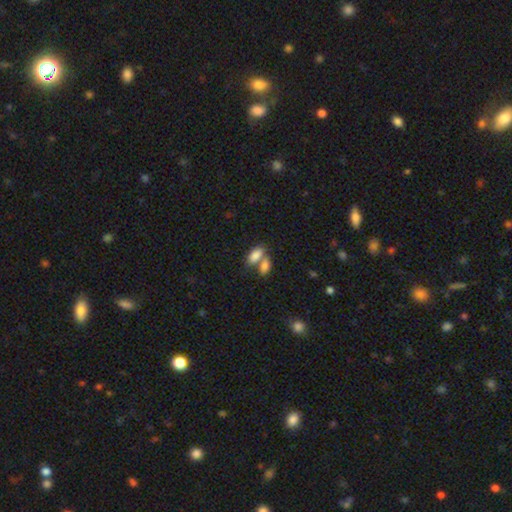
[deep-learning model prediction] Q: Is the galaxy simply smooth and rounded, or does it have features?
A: smooth — 83%.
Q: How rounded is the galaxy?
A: in between — 90%.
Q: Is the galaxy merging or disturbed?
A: merger — 56%.